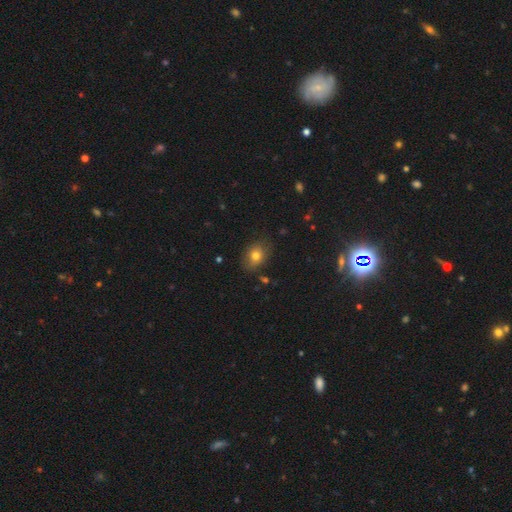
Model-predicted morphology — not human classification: Smooth or featured: smooth — 76% (featured or disk — 12%)
How rounded: in between — 62% (round — 37%)
Merging: none — 76% (minor disturbance — 18%)